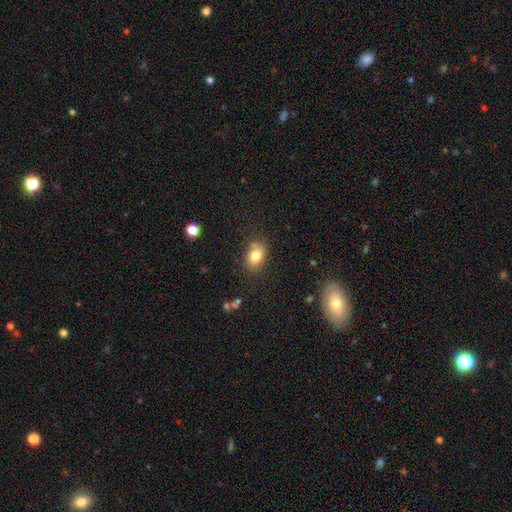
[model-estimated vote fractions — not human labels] The model was most divided on "how rounded": in between: 72%, round: 27%, cigar-shaped: 1%. More confident: smooth or featured — smooth (79%); merging — none (72%).